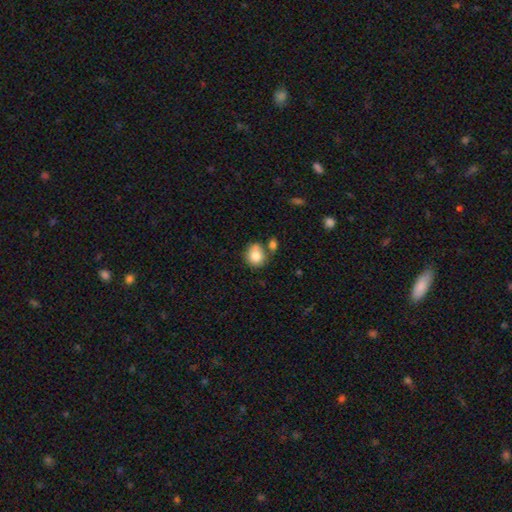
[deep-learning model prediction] smooth 81%, featured or disk 11%, star or artifact 9%. Down the decision tree: how rounded — round (76%); merging — none (54%).